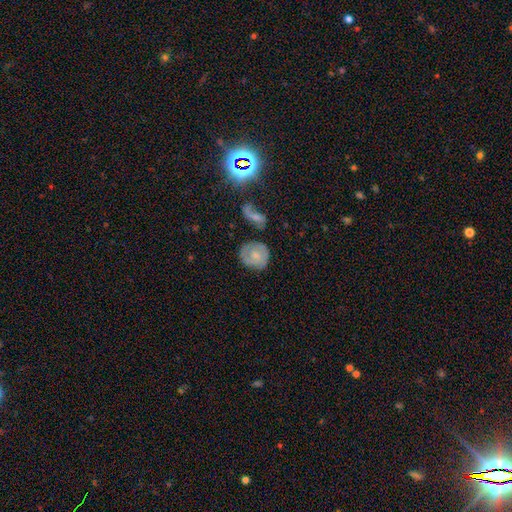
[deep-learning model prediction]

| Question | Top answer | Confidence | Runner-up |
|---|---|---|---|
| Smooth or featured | smooth | 53% | featured or disk (40%) |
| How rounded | round | 78% | in between (20%) |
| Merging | none | 64% | minor disturbance (21%) |